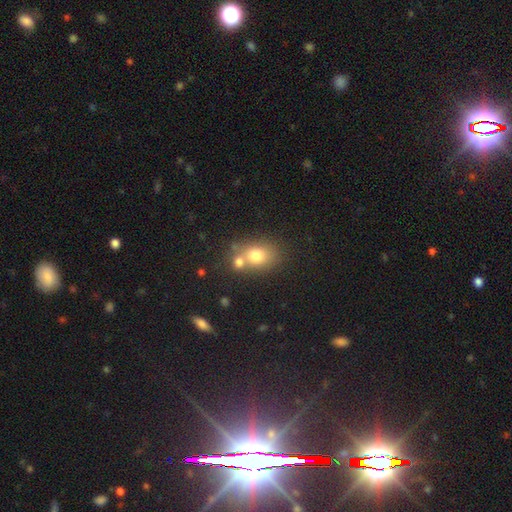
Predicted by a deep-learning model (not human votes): Q: Smooth or featured?
A: smooth (75%); runner-up: featured or disk (14%)
Q: How rounded?
A: in between (57%); runner-up: round (42%)
Q: Merging?
A: merger (45%); runner-up: none (40%)